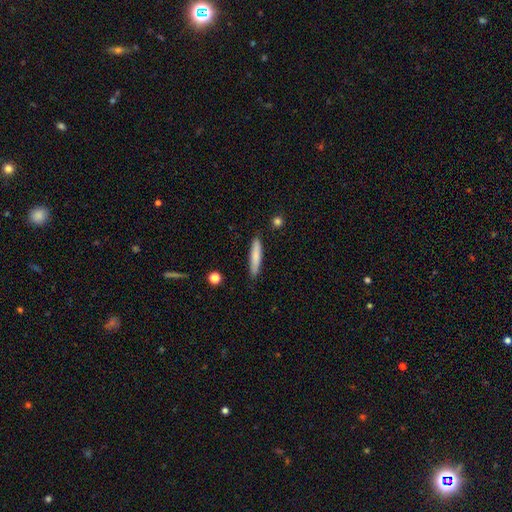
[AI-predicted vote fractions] Morphology: type=smooth (78%); roundness=cigar-shaped (90%); merging=none (87%).